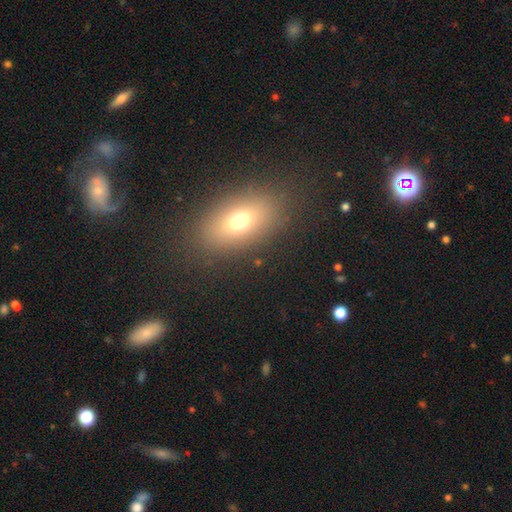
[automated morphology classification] Smooth or featured?
  - smooth: 64% *
  - star or artifact: 20%
  - featured or disk: 16%
How rounded?
  - in between: 80% *
  - round: 13%
  - cigar-shaped: 6%
Merging?
  - none: 86% *
  - minor disturbance: 8%
  - major disturbance: 4%
  - merger: 3%